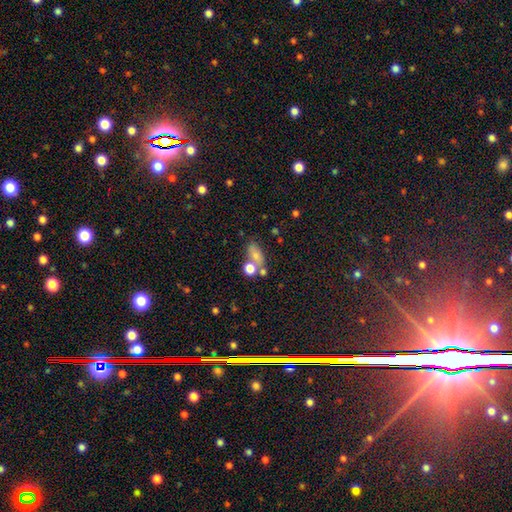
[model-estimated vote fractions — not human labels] A smooth galaxy with no disk features (70%) that is in between round and cigar-shaped (73%).

Vote fractions:
- Smooth or featured? smooth: 70% / featured or disk: 17% / star or artifact: 13%
- How rounded? in between: 73% / round: 20% / cigar-shaped: 7%
- Merging? none: 45% / merger: 31% / minor disturbance: 15% / major disturbance: 8%